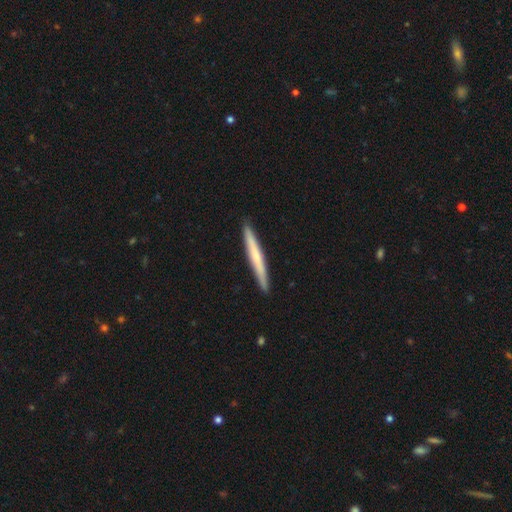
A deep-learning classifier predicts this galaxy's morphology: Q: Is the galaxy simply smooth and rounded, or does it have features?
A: smooth — 52%.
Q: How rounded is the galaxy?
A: cigar-shaped — 97%.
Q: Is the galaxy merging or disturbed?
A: none — 92%.